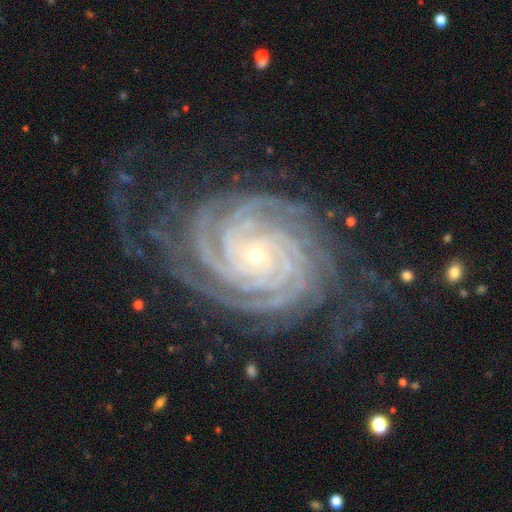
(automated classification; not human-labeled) Q: Smooth or featured?
A: featured or disk (93%); runner-up: star or artifact (5%)
Q: Edge-on disk?
A: no (98%); runner-up: yes (2%)
Q: Bar?
A: no (72%); runner-up: weak (16%)
Q: Spiral arms?
A: yes (99%); runner-up: no (1%)
Q: Spiral winding?
A: tight (86%); runner-up: medium (12%)
Q: Spiral arm count?
A: more than 4 (33%); runner-up: 4 (25%)
Q: Bulge size?
A: small (78%); runner-up: moderate (18%)
Q: Merging?
A: none (70%); runner-up: minor disturbance (18%)